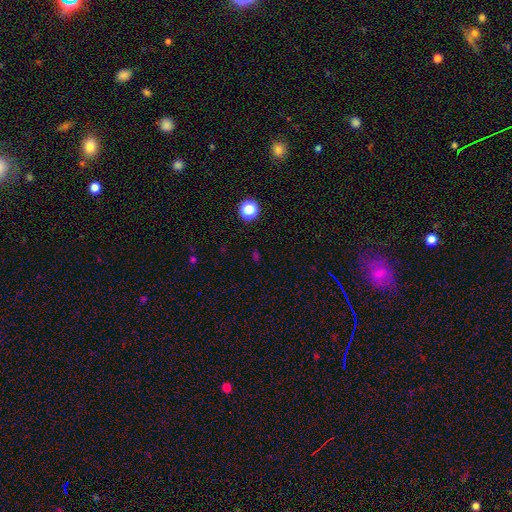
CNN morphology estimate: The model was most divided on "smooth or featured": star or artifact: 49%, smooth: 44%, featured or disk: 7%.